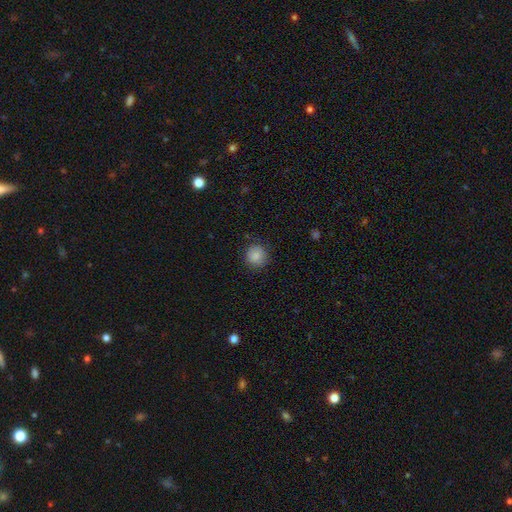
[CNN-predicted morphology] type=smooth (86%); roundness=round (92%); merging=none (86%).